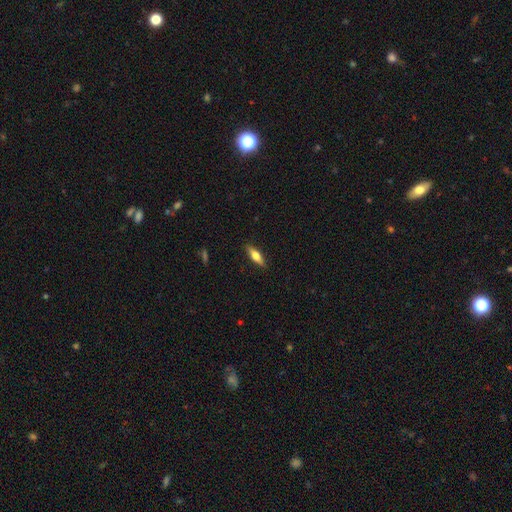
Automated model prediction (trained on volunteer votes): smooth 55%, featured or disk 39%, star or artifact 6%. Down the decision tree: how rounded — cigar-shaped (52%); merging — none (88%).